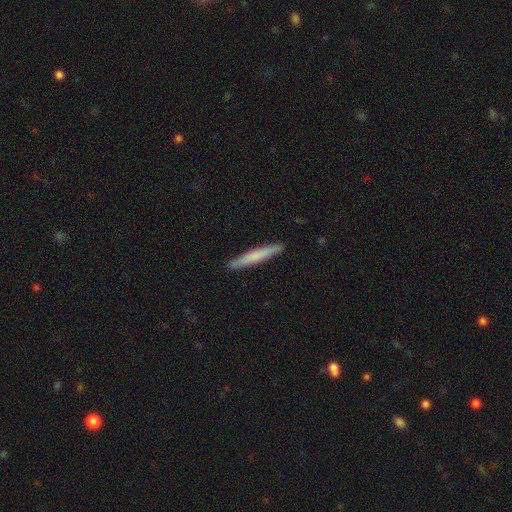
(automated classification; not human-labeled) A smooth galaxy with no disk features (69%) that is cigar-shaped (96%). Merging: none (92%).